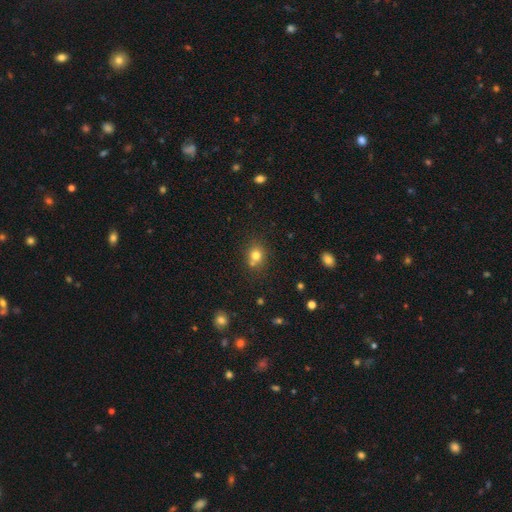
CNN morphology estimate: smooth_or_featured: smooth (p=0.76) [alt: star or artifact p=0.14]
how_rounded: round (p=0.76) [alt: in between p=0.23]
merging: none (p=0.61) [alt: merger p=0.25]